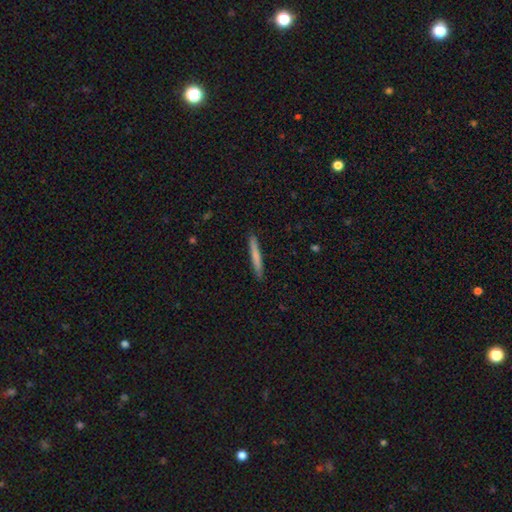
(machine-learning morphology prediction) This is likely a smooth galaxy (71%). How rounded: clearly cigar-shaped (96%). Merging: clearly none (91%).